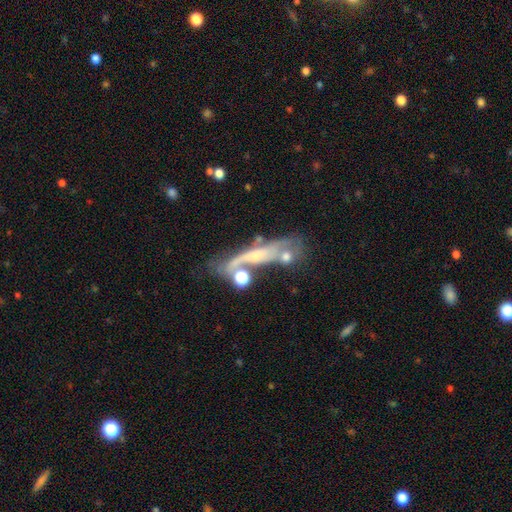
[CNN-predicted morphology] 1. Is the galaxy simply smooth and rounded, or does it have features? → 63% featured or disk, 26% smooth, 11% star or artifact.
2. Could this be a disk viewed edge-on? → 56% yes, 44% no.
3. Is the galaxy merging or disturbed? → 36% none, 25% merger, 20% minor disturbance, 20% major disturbance.